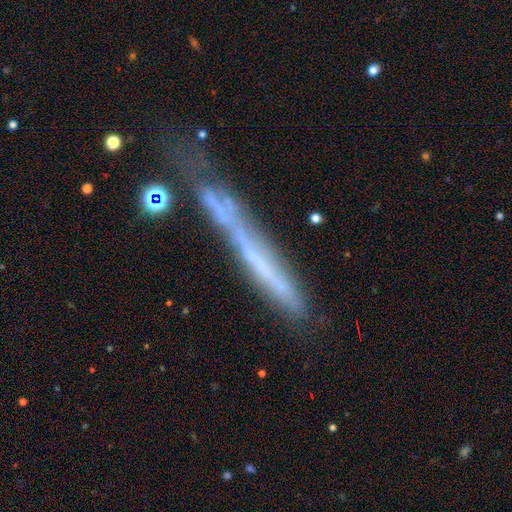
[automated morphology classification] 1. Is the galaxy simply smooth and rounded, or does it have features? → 54% featured or disk, 33% smooth, 13% star or artifact.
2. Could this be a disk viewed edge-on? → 83% yes, 17% no.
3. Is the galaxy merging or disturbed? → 50% none, 26% minor disturbance, 15% major disturbance, 9% merger.